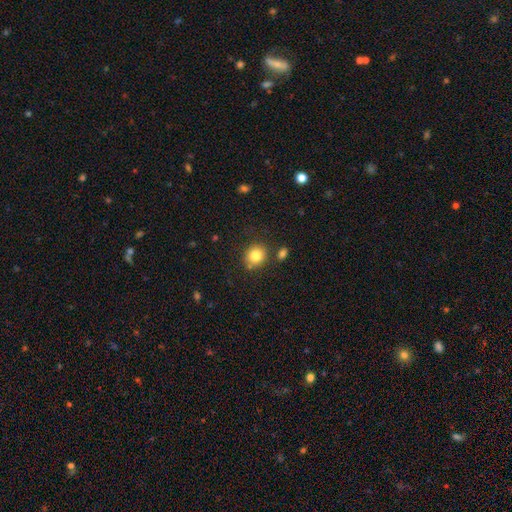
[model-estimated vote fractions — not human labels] smooth 81%, star or artifact 11%, featured or disk 8%. Down the decision tree: how rounded — round (78%); merging — none (76%).